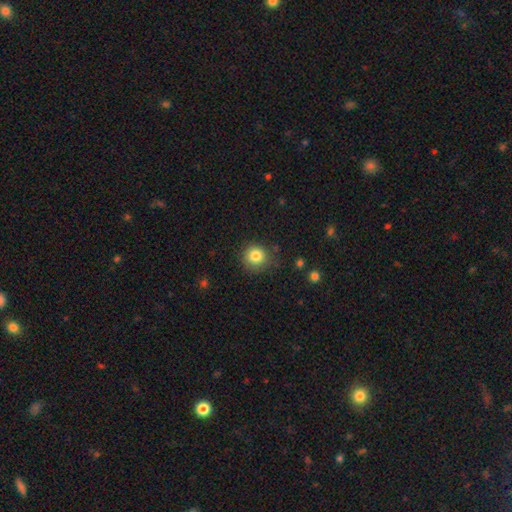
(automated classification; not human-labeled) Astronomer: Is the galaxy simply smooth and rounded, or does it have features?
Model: smooth — 82%.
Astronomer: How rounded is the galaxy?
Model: round — 91%.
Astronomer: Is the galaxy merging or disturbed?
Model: none — 81%.